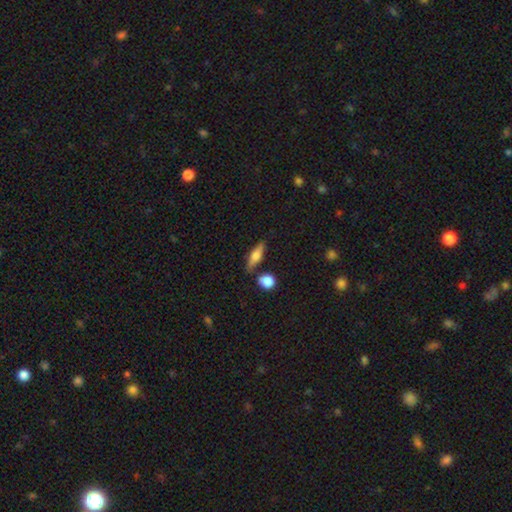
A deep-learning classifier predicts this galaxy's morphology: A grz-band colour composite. It shows a smooth galaxy with no disk features (55%) that is cigar-shaped (52%). Merging: none (75%).